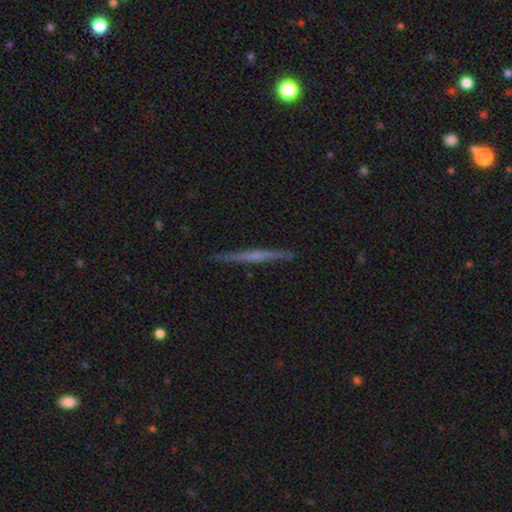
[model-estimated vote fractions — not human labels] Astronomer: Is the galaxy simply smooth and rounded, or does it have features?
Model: featured or disk — 64%.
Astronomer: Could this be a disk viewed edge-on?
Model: yes — 98%.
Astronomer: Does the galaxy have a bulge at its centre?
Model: none — 64%.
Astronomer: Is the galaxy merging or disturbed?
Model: none — 91%.